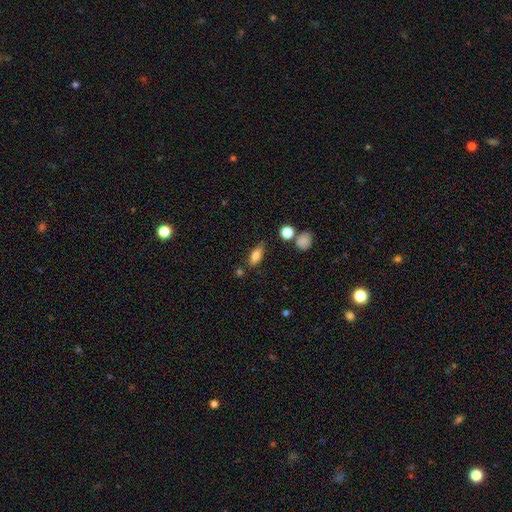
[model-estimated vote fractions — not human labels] This appears to be a smooth galaxy with no disk features (79%) that is in between round and cigar-shaped (76%). Merging: none (67%).